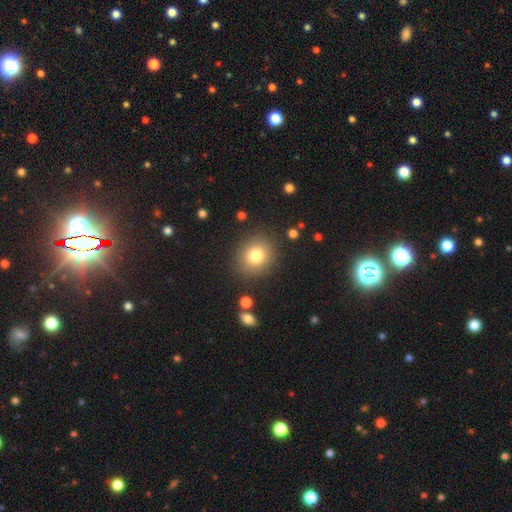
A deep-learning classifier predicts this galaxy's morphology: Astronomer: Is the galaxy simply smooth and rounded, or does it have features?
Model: smooth — 79%.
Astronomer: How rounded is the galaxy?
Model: round — 75%.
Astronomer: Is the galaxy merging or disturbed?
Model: none — 86%.